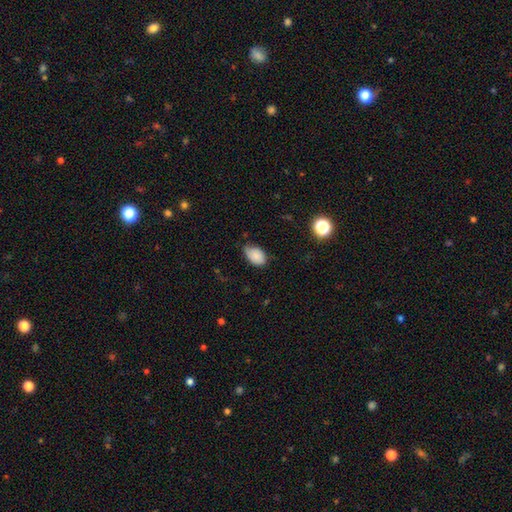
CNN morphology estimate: A smooth galaxy with no disk features (82%) that is in between round and cigar-shaped (89%).

Vote fractions:
- Smooth or featured? smooth: 82% / featured or disk: 9% / star or artifact: 9%
- How rounded? in between: 89% / round: 10% / cigar-shaped: 1%
- Merging? none: 53% / minor disturbance: 39% / major disturbance: 7% / merger: 2%